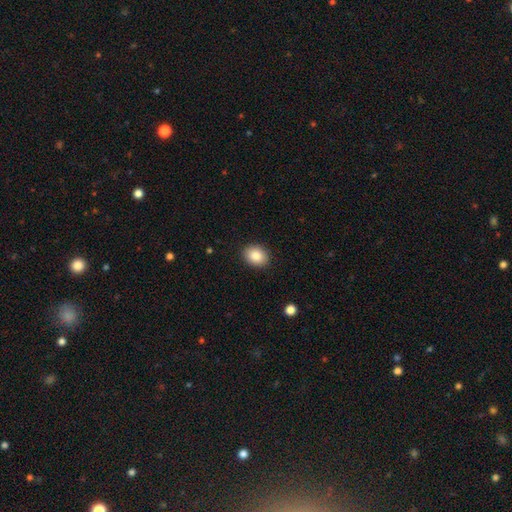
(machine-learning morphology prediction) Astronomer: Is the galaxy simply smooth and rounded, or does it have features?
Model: smooth — 87%.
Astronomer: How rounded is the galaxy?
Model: in between — 57% (runner-up: round, 42%).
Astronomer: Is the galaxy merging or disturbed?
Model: none — 89%.